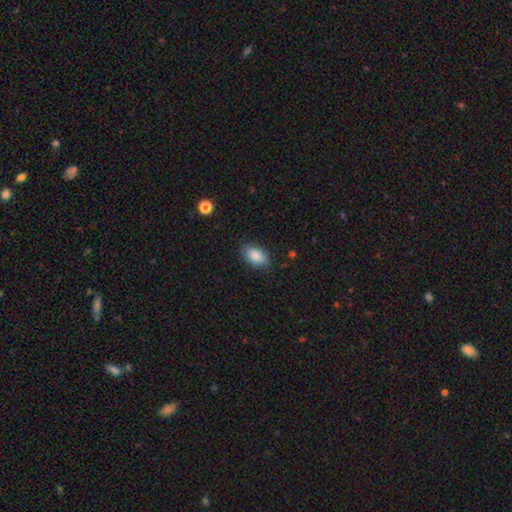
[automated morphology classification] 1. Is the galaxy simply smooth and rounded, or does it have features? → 86% smooth, 7% star or artifact, 6% featured or disk.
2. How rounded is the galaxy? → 90% in between, 8% round, 2% cigar-shaped.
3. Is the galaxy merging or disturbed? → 84% none, 13% minor disturbance, 3% major disturbance, 1% merger.